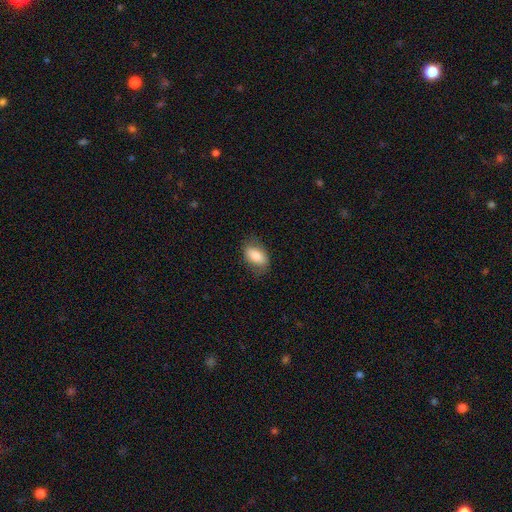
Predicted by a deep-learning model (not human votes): Morphology: type=smooth (80%); roundness=in between (90%); merging=none (74%).